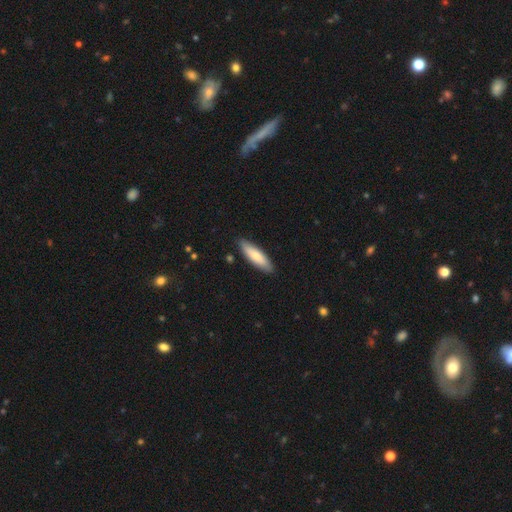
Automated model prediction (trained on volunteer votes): This appears to be a smooth galaxy with no disk features (78%) that is cigar-shaped (58%). Merging: none (88%).